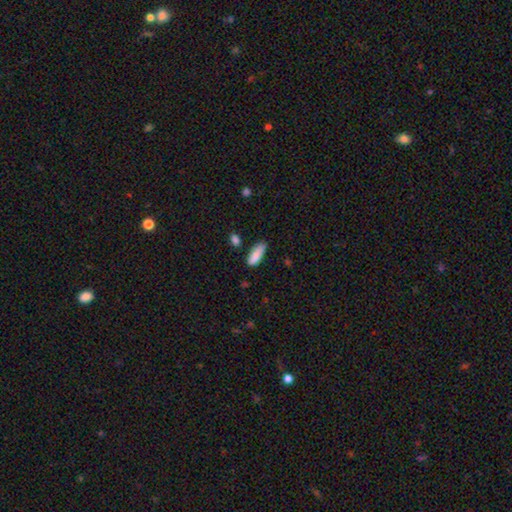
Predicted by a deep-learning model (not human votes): smooth-or-featured: smooth: 85% | featured or disk: 8% | star or artifact: 7%
  how-rounded: in between: 66% | cigar-shaped: 32% | round: 2%
  merging: none: 65% | minor disturbance: 25% | major disturbance: 5% | merger: 5%